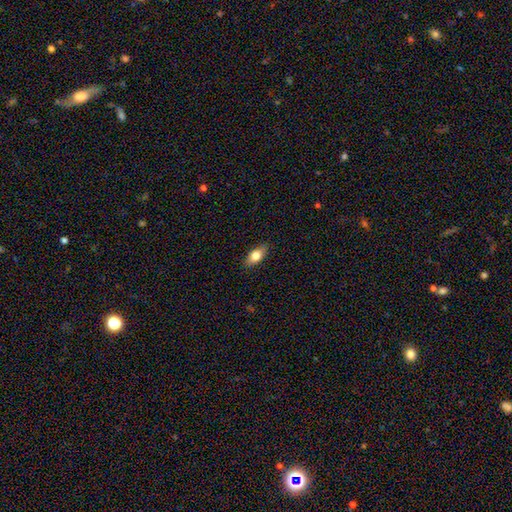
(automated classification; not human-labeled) Smooth or featured? smooth (75%)
How rounded? in between (85%)
Merging? none (87%)